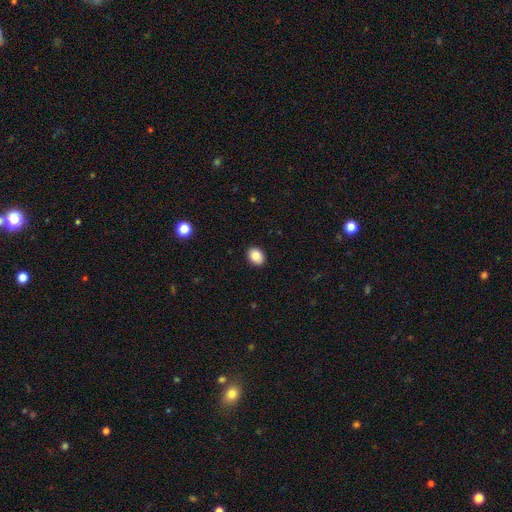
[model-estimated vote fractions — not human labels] This is clearly a smooth galaxy (85%). How rounded: possibly in between (58%). Merging: clearly none (91%).